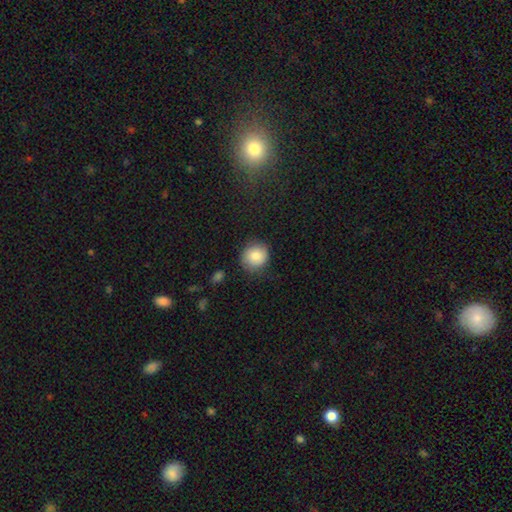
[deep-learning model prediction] This is clearly a smooth galaxy (83%). How rounded: clearly round (87%). Merging: clearly none (81%).